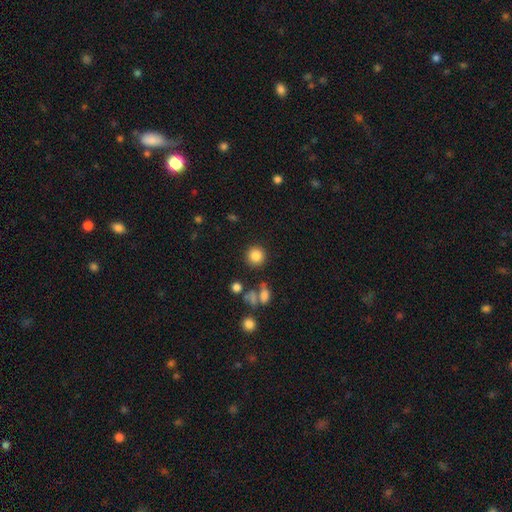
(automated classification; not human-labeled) This is clearly a smooth galaxy (83%). How rounded: clearly round (92%). Merging: clearly none (85%).